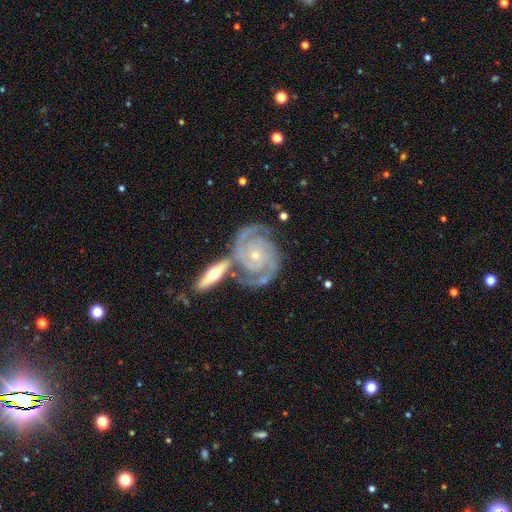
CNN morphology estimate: Q: Smooth or featured?
A: featured or disk (92%); runner-up: star or artifact (4%)
Q: Edge-on disk?
A: no (97%); runner-up: yes (3%)
Q: Bar?
A: no (71%); runner-up: weak (20%)
Q: Spiral arms?
A: yes (99%); runner-up: no (1%)
Q: Spiral winding?
A: tight (69%); runner-up: medium (27%)
Q: Spiral arm count?
A: 2 (74%); runner-up: 3 (14%)
Q: Bulge size?
A: small (72%); runner-up: moderate (24%)
Q: Merging?
A: none (62%); runner-up: merger (19%)